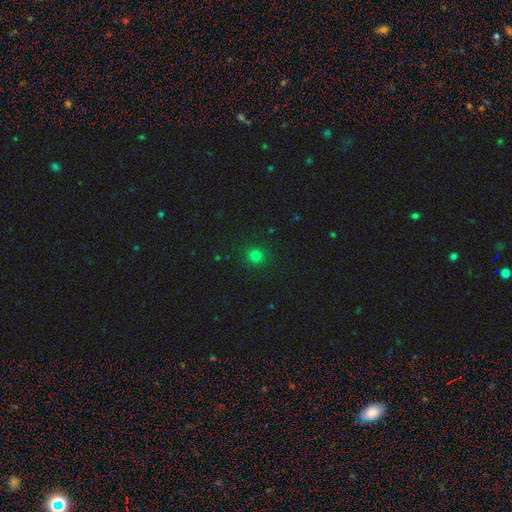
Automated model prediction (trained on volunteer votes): Morphology: type=smooth (78%); roundness=round (93%); merging=none (91%).